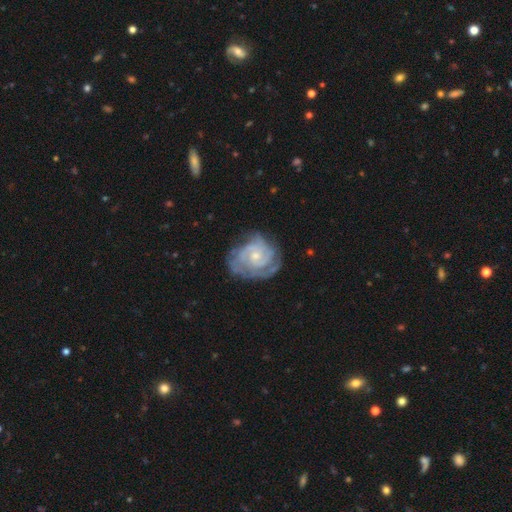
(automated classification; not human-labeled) This is clearly a featured or disk galaxy (87%). It is clearly not viewed edge-on (98%). Bar: likely no (71%). Spiral arm pattern: clearly yes (96%). Spiral arm count: marginally 2 (32%). Spiral winding: likely tight (69%). Central bulge: possibly small (60%). Merging: likely none (66%).